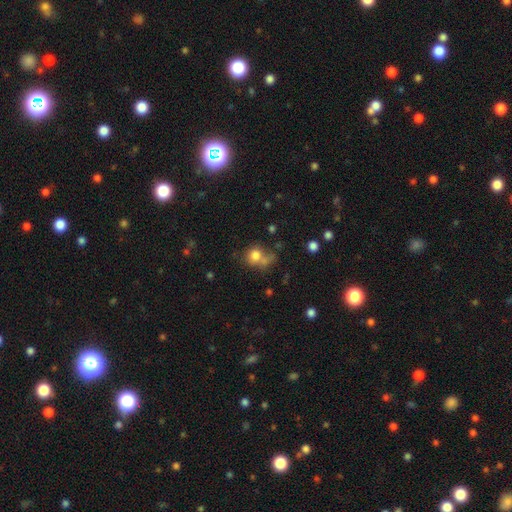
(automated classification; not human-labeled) This appears to be a smooth galaxy with no disk features (78%) that is round (73%). Merging: none (46%).